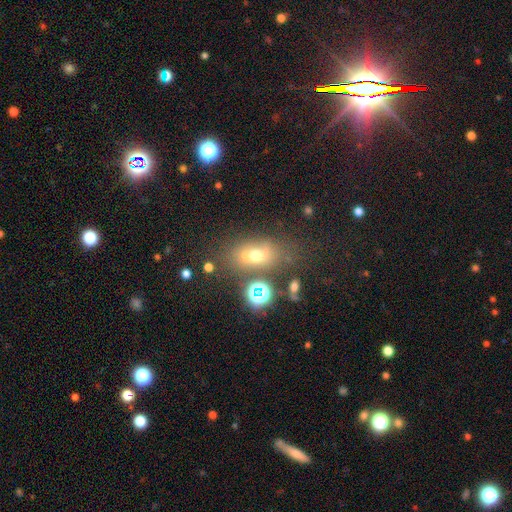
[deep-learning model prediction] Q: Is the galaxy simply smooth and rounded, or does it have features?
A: smooth — 56%.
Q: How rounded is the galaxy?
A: in between — 66%.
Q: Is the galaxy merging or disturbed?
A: none — 54%.